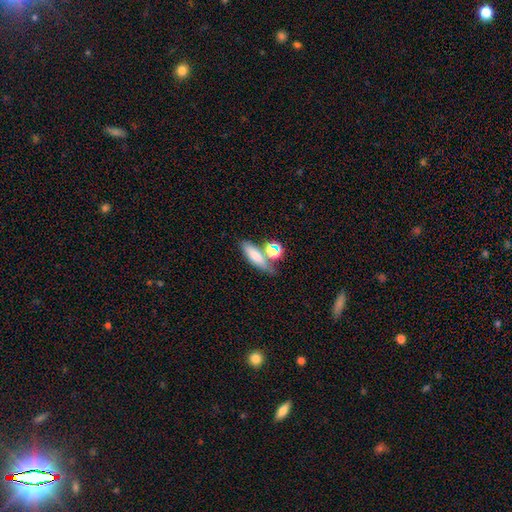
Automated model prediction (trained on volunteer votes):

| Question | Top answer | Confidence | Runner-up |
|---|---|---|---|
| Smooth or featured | smooth | 72% | featured or disk (18%) |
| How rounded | in between | 53% | cigar-shaped (39%) |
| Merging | none | 52% | merger (27%) |